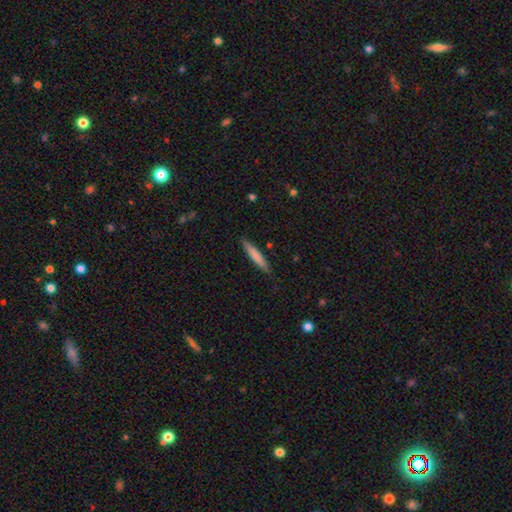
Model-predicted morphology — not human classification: Smooth or featured? Predicted: smooth (p=0.75). How rounded? Predicted: cigar-shaped (p=0.92). Merging? Predicted: none (p=0.87).